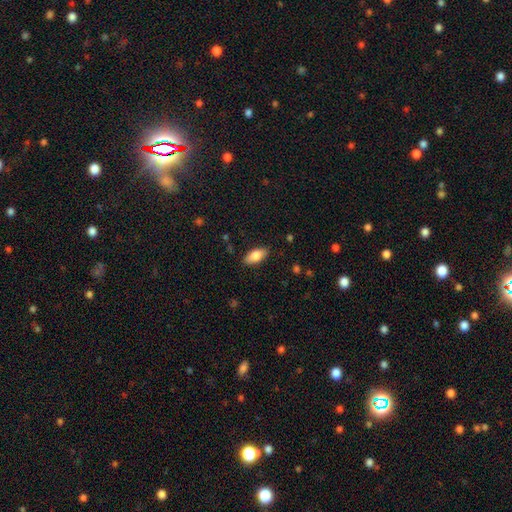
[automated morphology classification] A smooth galaxy with no disk features (80%) that is in between round and cigar-shaped (88%). Merging: none (87%).